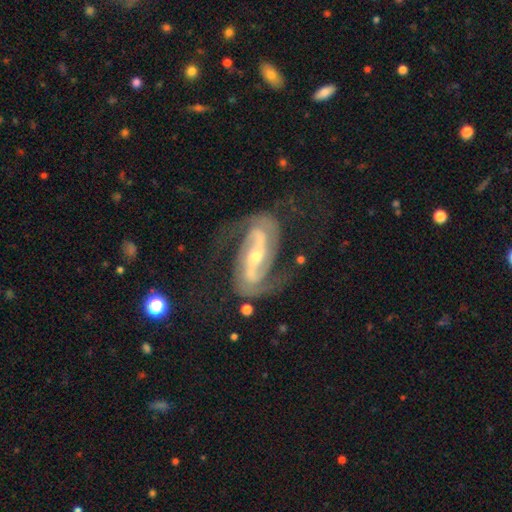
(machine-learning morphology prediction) Smooth or featured: featured or disk — 91% (star or artifact — 5%)
Edge-on disk: no — 95% (yes — 5%)
Bar: strong — 56% (weak — 27%)
Spiral arms: yes — 98% (no — 2%)
Spiral winding: medium — 51% (tight — 27%)
Spiral arm count: 2 — 91% (can't tell — 3%)
Bulge size: small — 53% (moderate — 43%)
Merging: none — 70% (minor disturbance — 16%)